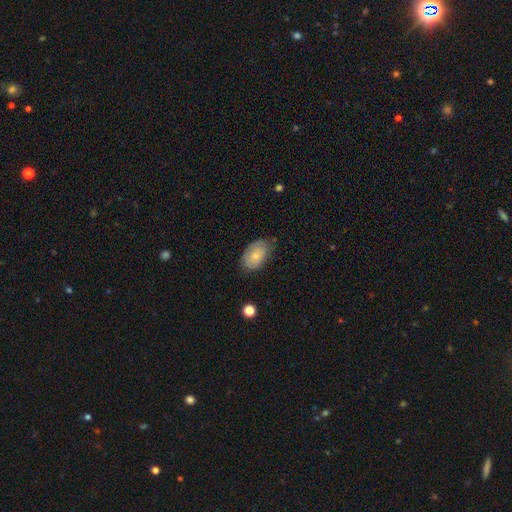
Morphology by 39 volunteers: Smooth or featured: smooth — 74% (featured or disk — 18%)
How rounded: in between — 83% (round — 17%)
Merging: none — 67% (minor disturbance — 19%)